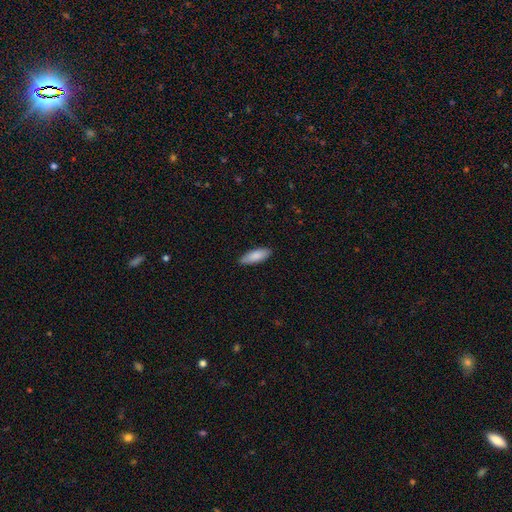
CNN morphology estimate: type=smooth (87%); roundness=in between (64%); merging=none (87%).